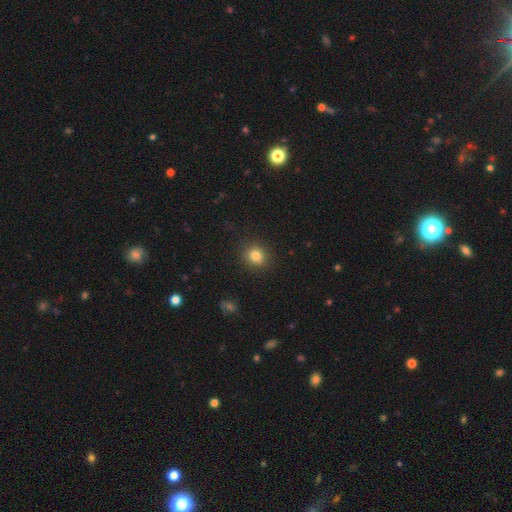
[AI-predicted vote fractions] Smooth or featured? smooth (82%)
How rounded? round (80%)
Merging? none (89%)